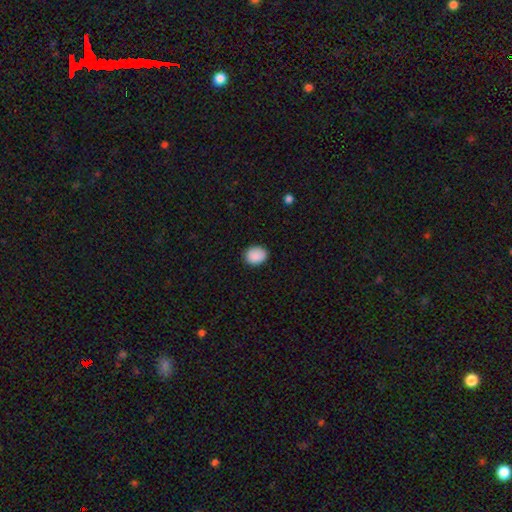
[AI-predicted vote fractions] smooth 89%, star or artifact 8%, featured or disk 3%. Down the decision tree: how rounded — round (55%); merging — none (87%).